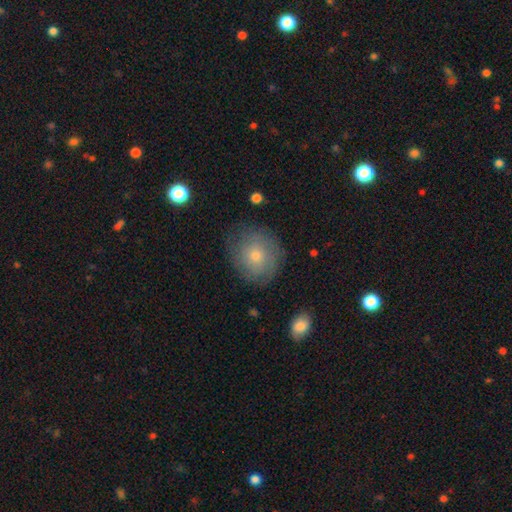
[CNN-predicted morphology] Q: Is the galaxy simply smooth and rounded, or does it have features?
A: smooth — 60%.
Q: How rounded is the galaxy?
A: round — 82%.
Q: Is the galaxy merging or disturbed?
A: none — 77%.